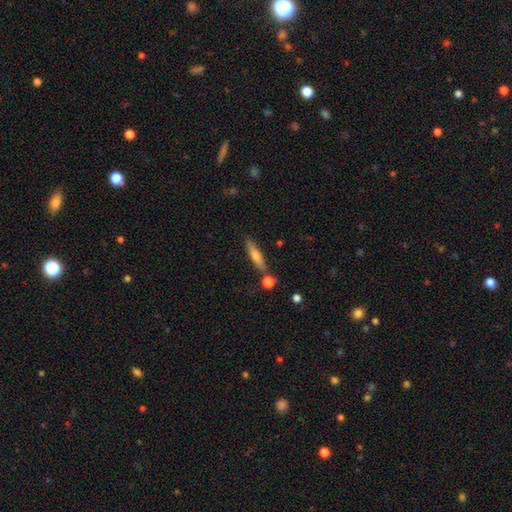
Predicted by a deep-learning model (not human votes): Smooth or featured? Predicted: smooth (p=0.49). Merging? Predicted: none (p=0.80).